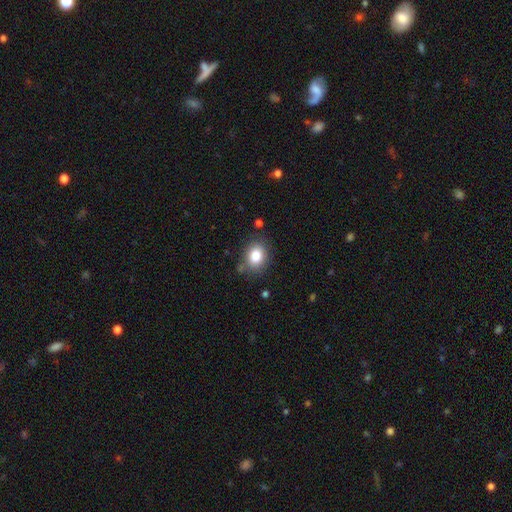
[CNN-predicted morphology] smooth-or-featured: smooth: 83% | star or artifact: 9% | featured or disk: 7%
  how-rounded: in between: 52% | round: 47% | cigar-shaped: 1%
  merging: none: 79% | minor disturbance: 14% | major disturbance: 4% | merger: 3%